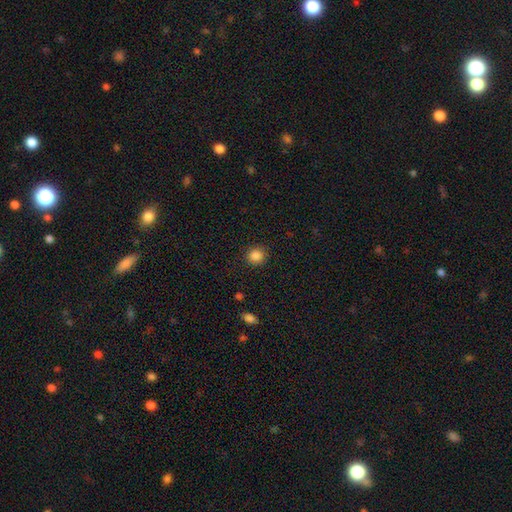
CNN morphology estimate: smooth_or_featured: smooth (p=0.86) [alt: star or artifact p=0.10]
how_rounded: round (p=0.89) [alt: in between p=0.10]
merging: none (p=0.90) [alt: minor disturbance p=0.07]